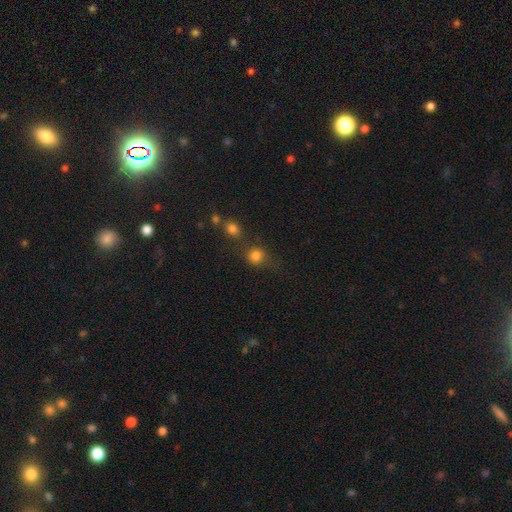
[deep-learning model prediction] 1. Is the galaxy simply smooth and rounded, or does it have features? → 79% smooth, 14% star or artifact, 7% featured or disk.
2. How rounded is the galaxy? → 88% round, 11% in between, 1% cigar-shaped.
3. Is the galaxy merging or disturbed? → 63% none, 17% merger, 13% minor disturbance, 7% major disturbance.